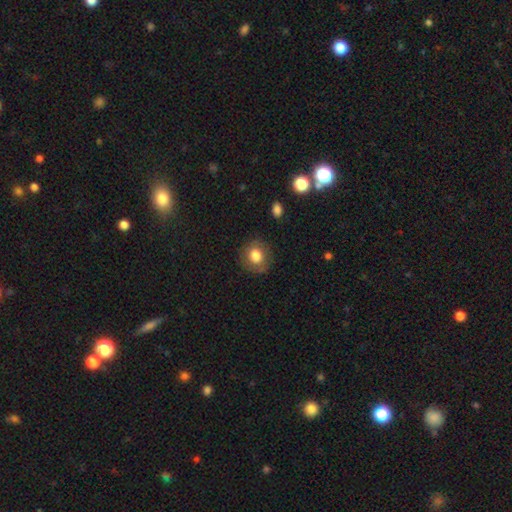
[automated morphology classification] Overall: smooth (79%). How rounded: round (82%). Merging: none (82%).